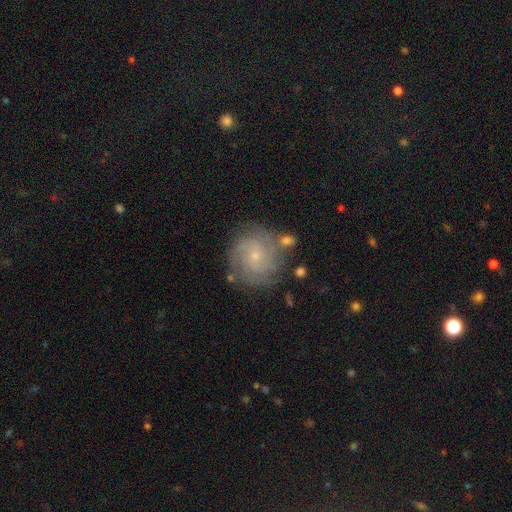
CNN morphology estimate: Smooth or featured? featured or disk (72%)
Edge-on disk? no (98%)
Bar? no (77%)
Spiral arms? yes (90%)
Spiral winding? tight (65%)
Spiral arm count? can't tell (35%)
Bulge size? small (83%)
Merging? none (74%)